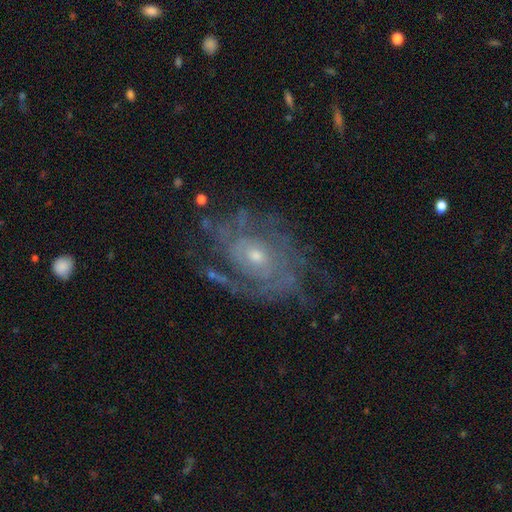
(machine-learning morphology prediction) The model was most divided on "bulge size": small: 57%, moderate: 38%, large: 2%, none: 2%, dominant: 1%. Remaining: edge-on disk — no (96%); spiral arms — yes (85%); smooth or featured — featured or disk (81%); bar — no (76%); merging — none (67%); spiral winding — tight (59%); spiral arm count — can't tell (45%).